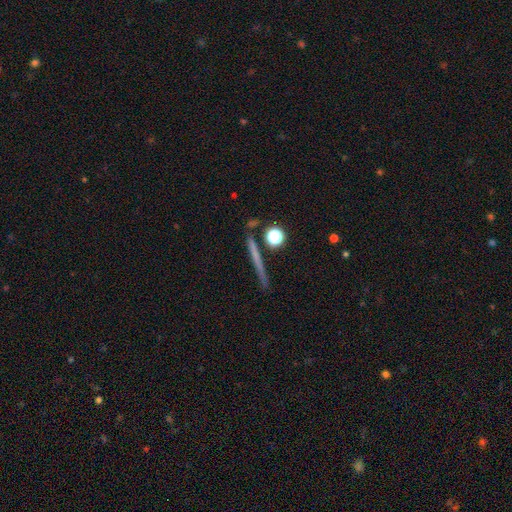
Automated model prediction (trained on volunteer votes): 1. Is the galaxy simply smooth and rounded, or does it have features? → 49% smooth, 39% featured or disk, 12% star or artifact.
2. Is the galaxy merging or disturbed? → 84% none, 9% minor disturbance, 5% merger, 3% major disturbance.